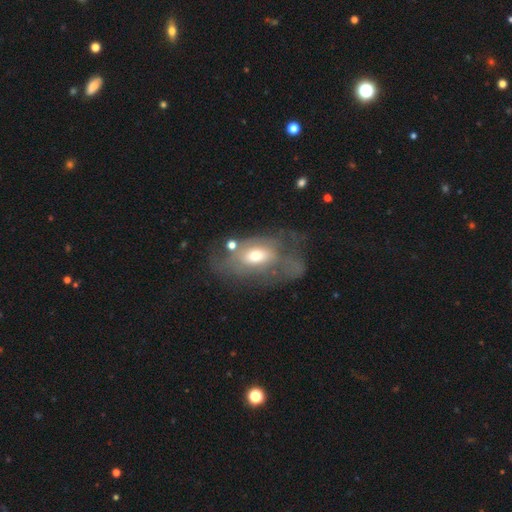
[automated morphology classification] A featured or disk galaxy (51%).

Vote fractions:
- Smooth or featured? featured or disk: 51% / smooth: 41% / star or artifact: 8%
- Edge-on disk? no: 91% / yes: 9%
- Merging? major disturbance: 43% / none: 27% / minor disturbance: 20% / merger: 10%